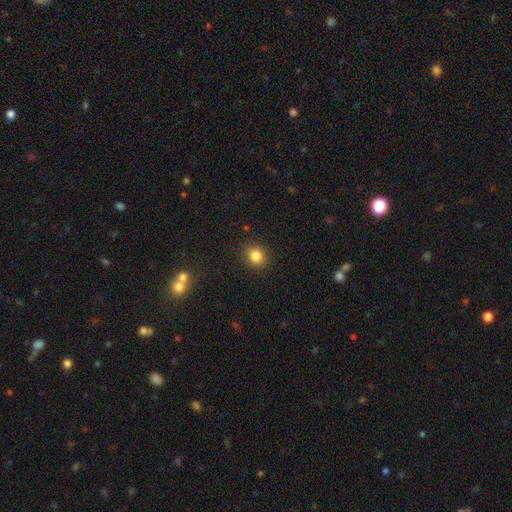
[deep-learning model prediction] A smooth galaxy with no disk features (84%) that is round (76%).

Vote fractions:
- Smooth or featured? smooth: 84% / star or artifact: 11% / featured or disk: 5%
- How rounded? round: 76% / in between: 23% / cigar-shaped: 1%
- Merging? none: 89% / minor disturbance: 7% / major disturbance: 2% / merger: 1%